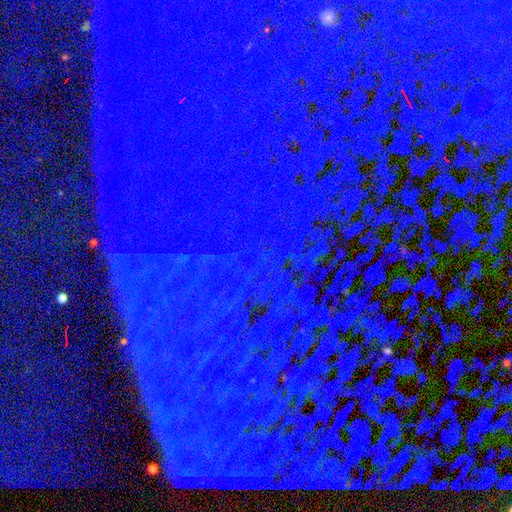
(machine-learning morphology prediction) A star or artifact, not a galaxy (87%).

Vote fractions:
- Smooth or featured? star or artifact: 87% / smooth: 6% / featured or disk: 6%